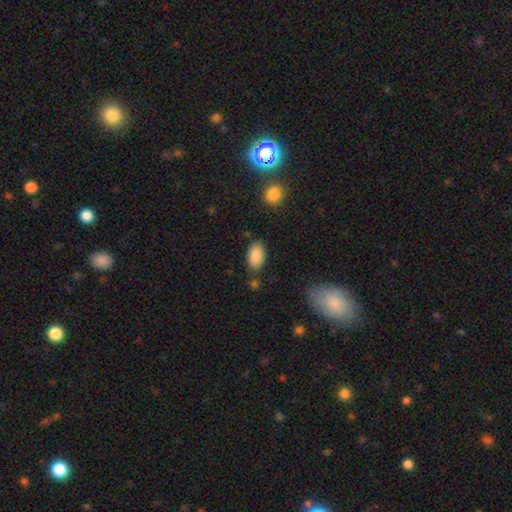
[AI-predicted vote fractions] smooth_or_featured: smooth (p=0.88) [alt: star or artifact p=0.07]
how_rounded: in between (p=0.94) [alt: round p=0.04]
merging: none (p=0.79) [alt: minor disturbance p=0.13]